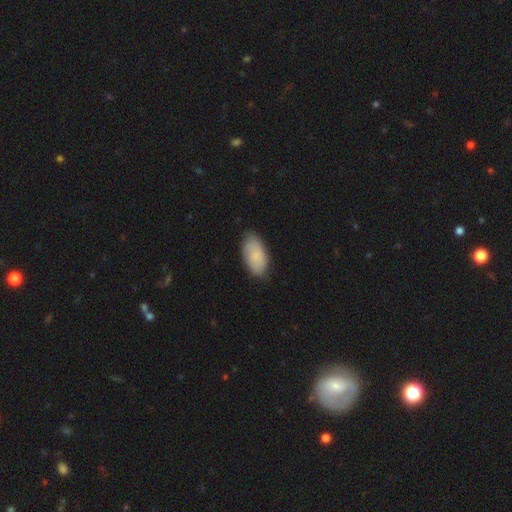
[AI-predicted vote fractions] smooth 83%, featured or disk 11%, star or artifact 6%. Down the decision tree: how rounded — in between (94%); merging — none (79%).